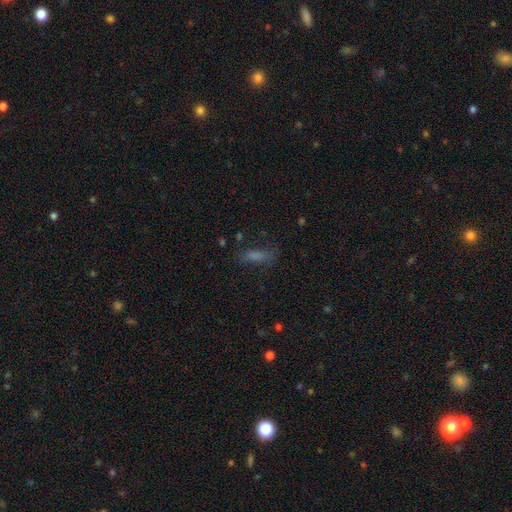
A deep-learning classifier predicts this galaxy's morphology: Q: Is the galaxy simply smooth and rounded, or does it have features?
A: smooth — 58%.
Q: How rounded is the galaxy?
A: cigar-shaped — 52%.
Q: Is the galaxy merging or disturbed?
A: none — 65%.